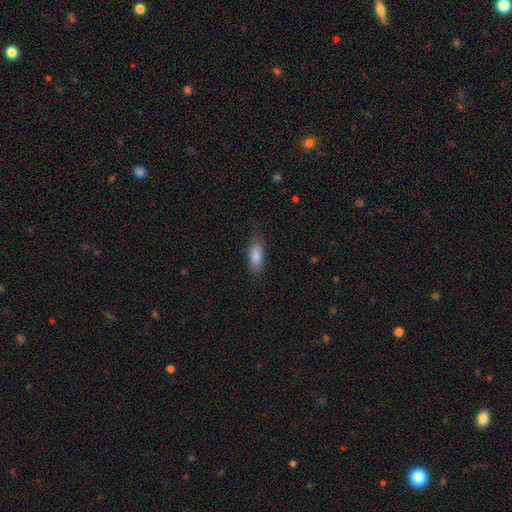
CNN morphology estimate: This is clearly a smooth galaxy (84%). How rounded: likely in between (78%). Merging: likely none (78%).